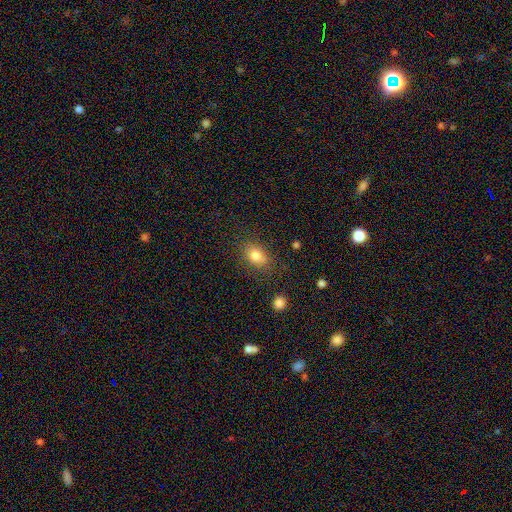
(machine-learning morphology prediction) Smooth or featured? Predicted: smooth (p=0.80). How rounded? Predicted: in between (p=0.73). Merging? Predicted: none (p=0.77).